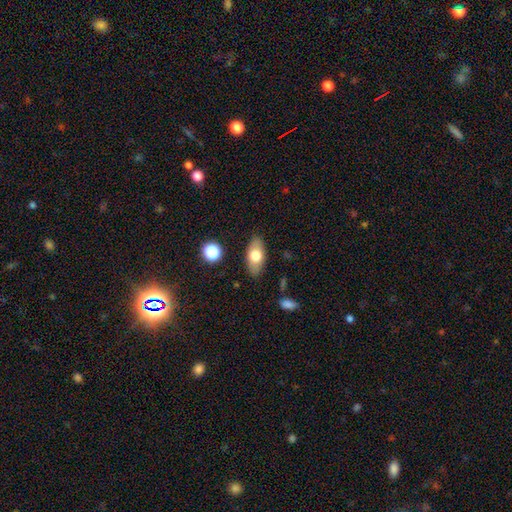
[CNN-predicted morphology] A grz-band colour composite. It shows a smooth galaxy with no disk features (69%) that is in between round and cigar-shaped (89%). Merging: none (85%).